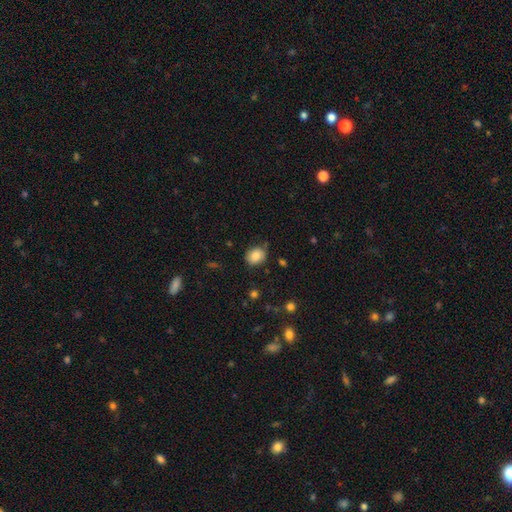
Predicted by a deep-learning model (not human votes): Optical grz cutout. It shows a smooth galaxy with no disk features (85%) that is round (51%). Merging: none (78%).